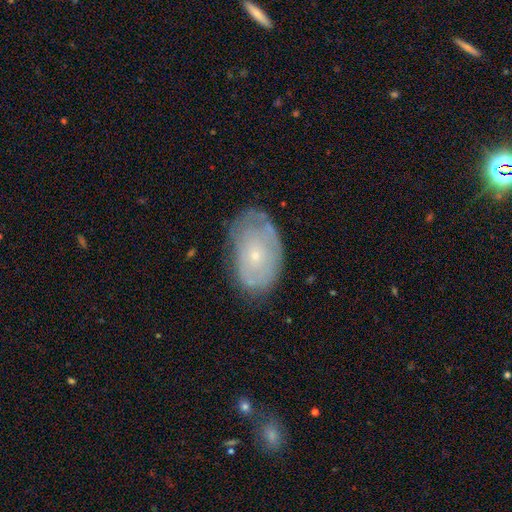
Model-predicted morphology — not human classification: This is possibly a featured or disk galaxy (55%). It is clearly not viewed edge-on (93%). Bar: clearly no (87%). Spiral arm pattern: possibly yes (51%). Central bulge: likely small (79%). Merging: likely none (65%).